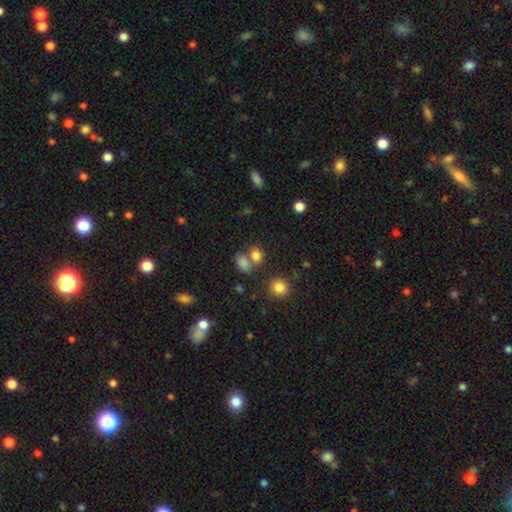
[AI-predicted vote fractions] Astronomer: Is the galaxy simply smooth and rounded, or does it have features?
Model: smooth — 79%.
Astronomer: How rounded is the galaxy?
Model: in between — 56% (runner-up: round, 42%).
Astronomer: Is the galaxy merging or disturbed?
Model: none — 47% (runner-up: merger, 37%).